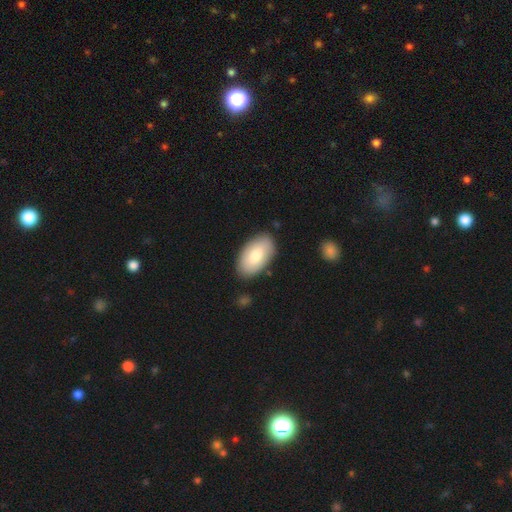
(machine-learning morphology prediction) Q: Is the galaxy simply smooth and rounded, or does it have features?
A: smooth — 75%.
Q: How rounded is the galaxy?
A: in between — 95%.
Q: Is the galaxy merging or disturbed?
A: none — 85%.